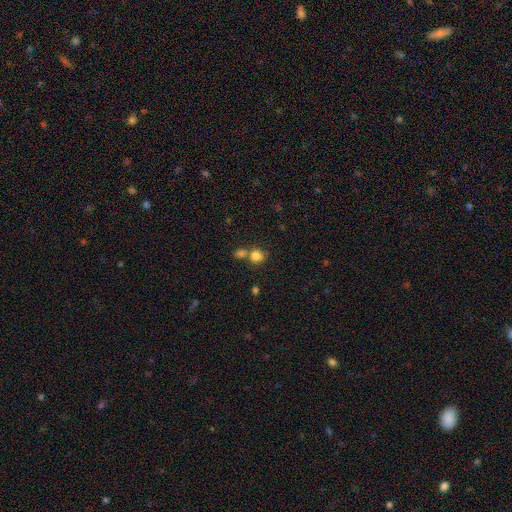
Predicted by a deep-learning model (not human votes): Smooth or featured: smooth — 80% (star or artifact — 13%)
How rounded: round — 76% (in between — 22%)
Merging: none — 47% (merger — 38%)